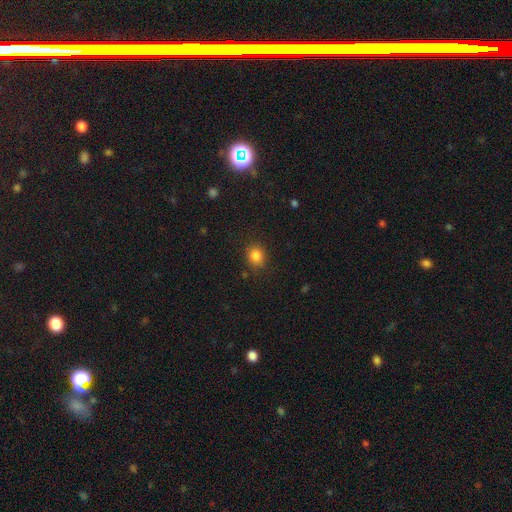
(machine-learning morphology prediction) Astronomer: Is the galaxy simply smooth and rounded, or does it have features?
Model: smooth — 84%.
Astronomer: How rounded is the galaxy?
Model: round — 69%.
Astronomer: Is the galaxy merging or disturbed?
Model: none — 84%.